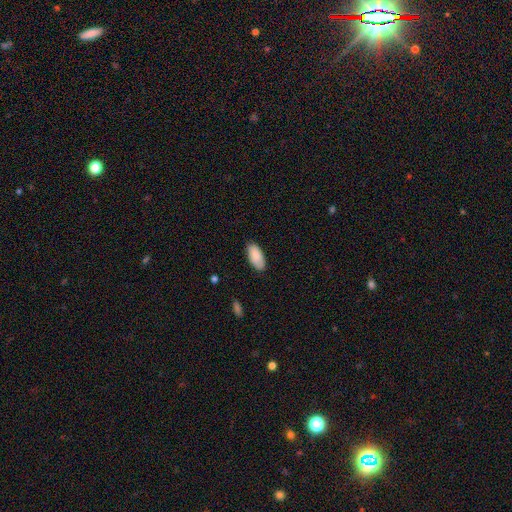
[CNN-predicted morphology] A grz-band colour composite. It shows a smooth galaxy with no disk features (88%) that is in between round and cigar-shaped (92%). Merging: none (82%).